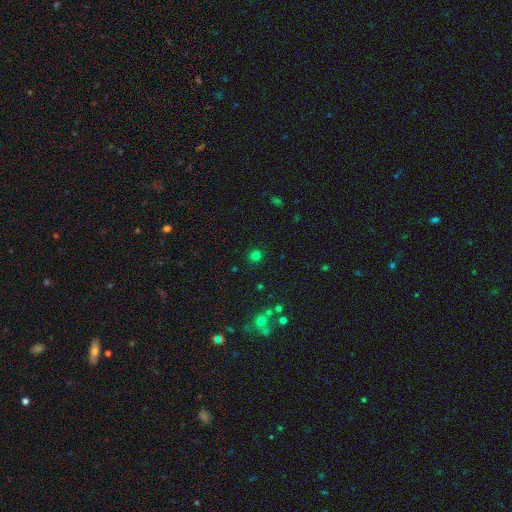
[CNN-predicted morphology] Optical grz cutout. It shows a smooth galaxy with no disk features (76%) that is round (89%). Merging: none (89%).